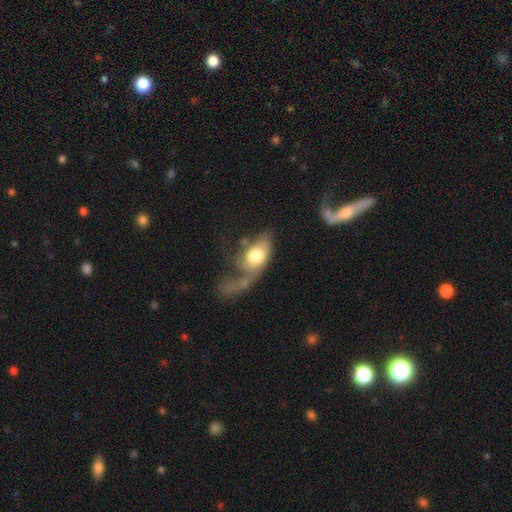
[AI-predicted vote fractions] smooth 54%, featured or disk 40%, star or artifact 6%. Down the decision tree: how rounded — in between (83%); merging — major disturbance (57%).